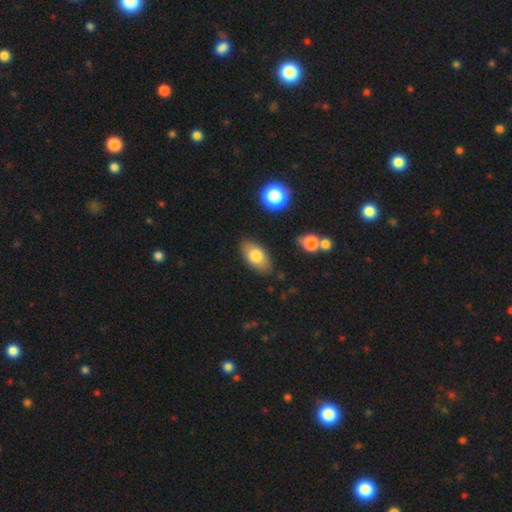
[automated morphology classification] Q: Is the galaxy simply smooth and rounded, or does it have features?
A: smooth — 77%.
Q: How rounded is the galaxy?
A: in between — 91%.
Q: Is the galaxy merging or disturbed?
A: none — 83%.